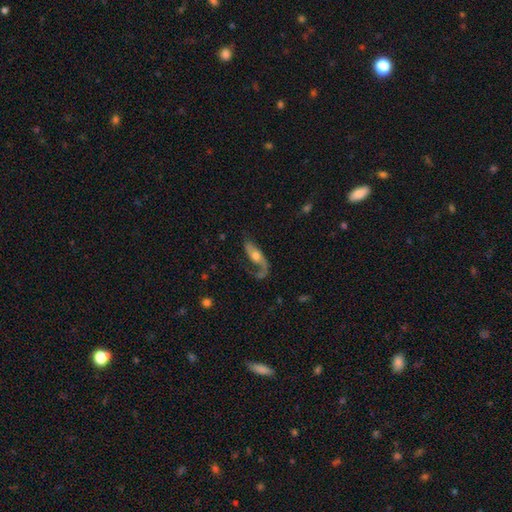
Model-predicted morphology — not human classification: A featured or disk galaxy (70%) with no bar (64%), spiral arms (85%) and a moderate central bulge (65%). Merging: none (45%).